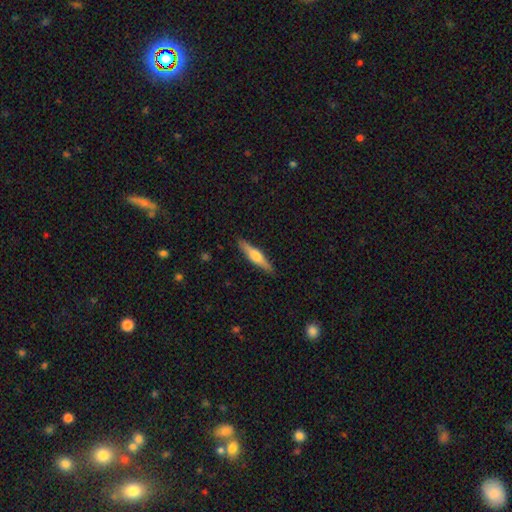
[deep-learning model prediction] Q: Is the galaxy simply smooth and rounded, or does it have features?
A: featured or disk — 53%.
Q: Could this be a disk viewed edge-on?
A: yes — 95%.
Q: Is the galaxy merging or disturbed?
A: none — 90%.